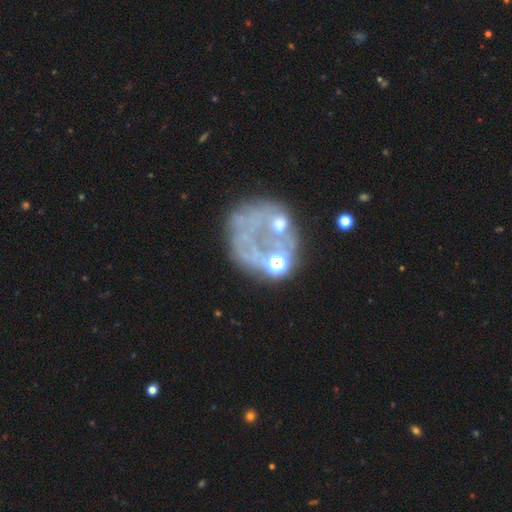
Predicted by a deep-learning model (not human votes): Morphology: type=featured or disk (52%); edge-on=no (98%); bar=no (92%); spiral arms=no (88%); bulge=none (62%); merging=none (39%).